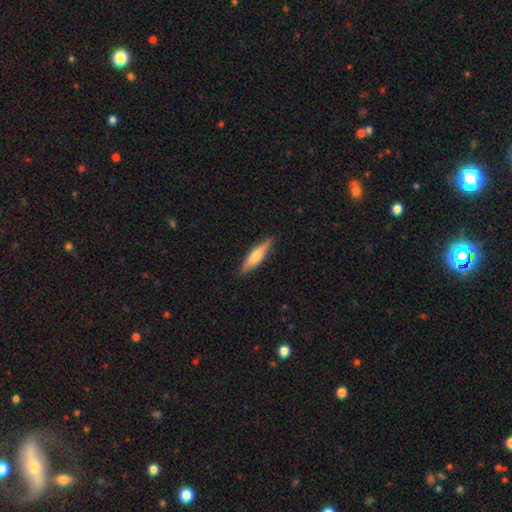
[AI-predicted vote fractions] The model was most divided on "smooth or featured": smooth: 51%, featured or disk: 43%, star or artifact: 6%. More confident: merging — none (88%); how rounded — cigar-shaped (79%).